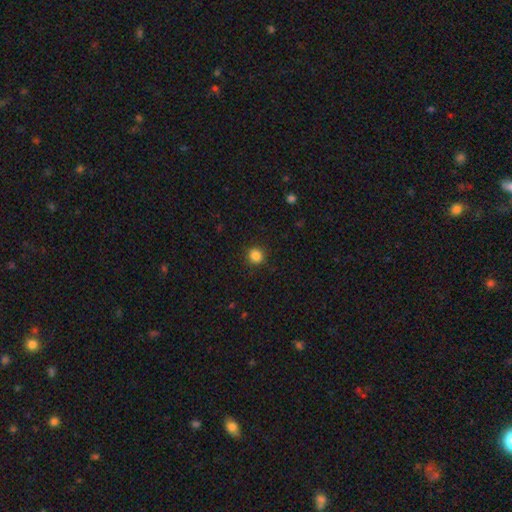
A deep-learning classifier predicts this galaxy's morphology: smooth-or-featured: smooth: 85% | star or artifact: 11% | featured or disk: 4%
  how-rounded: round: 91% | in between: 9% | cigar-shaped: 1%
  merging: none: 91% | minor disturbance: 6% | major disturbance: 2% | merger: 1%